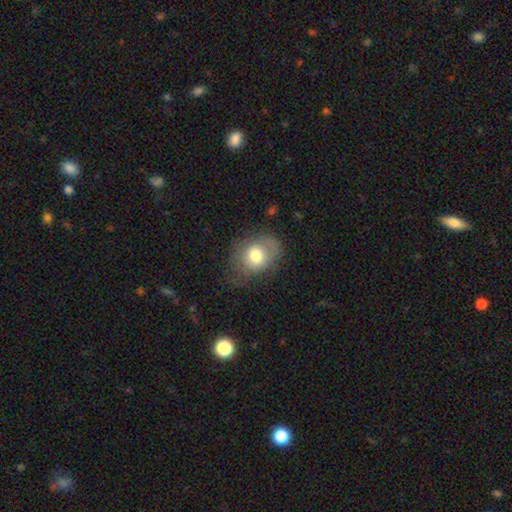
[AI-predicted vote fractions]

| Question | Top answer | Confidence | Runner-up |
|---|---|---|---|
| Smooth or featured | smooth | 68% | featured or disk (24%) |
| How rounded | in between | 54% | round (45%) |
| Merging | none | 55% | minor disturbance (28%) |